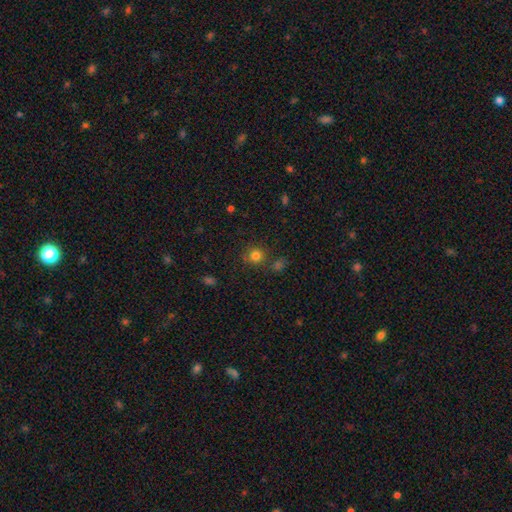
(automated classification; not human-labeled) Smooth or featured: smooth — 79% (star or artifact — 15%)
How rounded: round — 90% (in between — 9%)
Merging: none — 77% (merger — 10%)